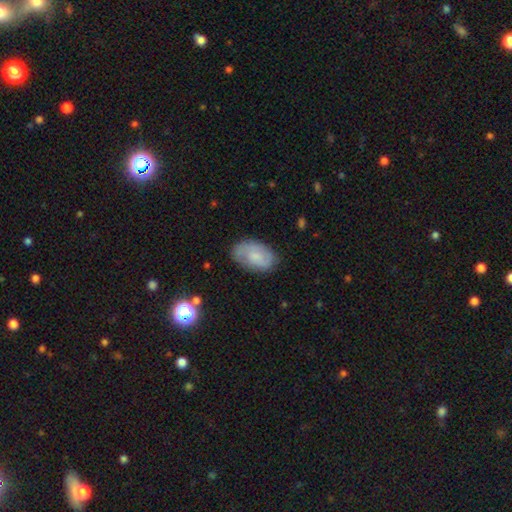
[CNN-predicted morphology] This is possibly a smooth galaxy (53%). How rounded: clearly in between (90%). Merging: likely none (73%).